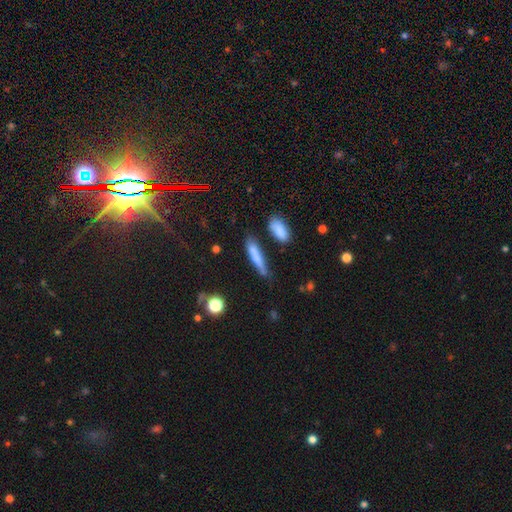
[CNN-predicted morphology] The model was most divided on "merging": none: 59%, minor disturbance: 25%, merger: 9%, major disturbance: 7%. More confident: how rounded — cigar-shaped (80%); smooth or featured — smooth (71%).